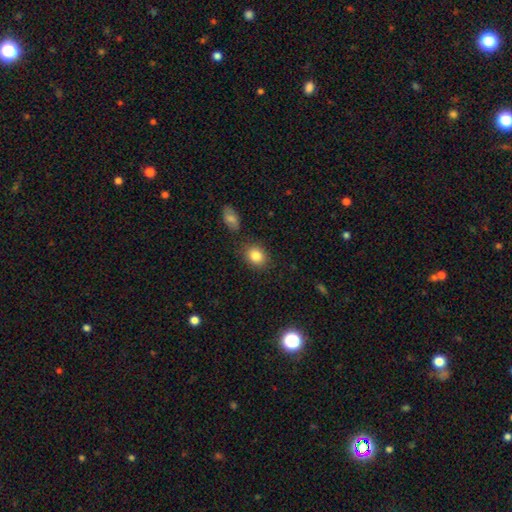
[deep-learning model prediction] A smooth galaxy with no disk features (85%) that is in between round and cigar-shaped (50%).

Vote fractions:
- Smooth or featured? smooth: 85% / star or artifact: 9% / featured or disk: 6%
- How rounded? in between: 50% / round: 49% / cigar-shaped: 1%
- Merging? none: 81% / minor disturbance: 11% / merger: 5% / major disturbance: 3%